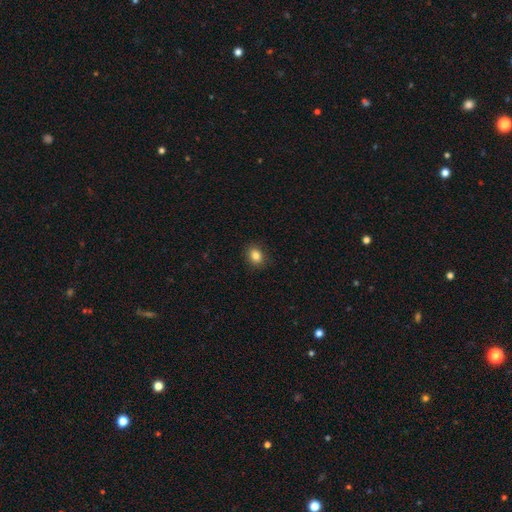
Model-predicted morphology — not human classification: Smooth or featured? Predicted: smooth (p=0.84). How rounded? Predicted: round (p=0.50). Merging? Predicted: none (p=0.90).